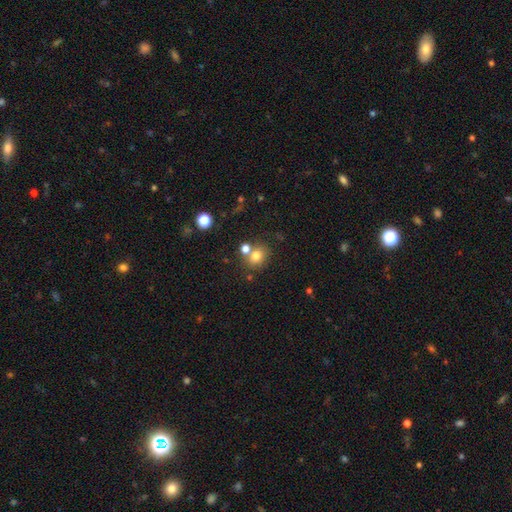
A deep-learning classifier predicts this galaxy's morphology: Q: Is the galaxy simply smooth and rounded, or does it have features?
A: smooth — 76%.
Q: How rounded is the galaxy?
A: round — 73%.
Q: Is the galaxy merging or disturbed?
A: none — 63%.